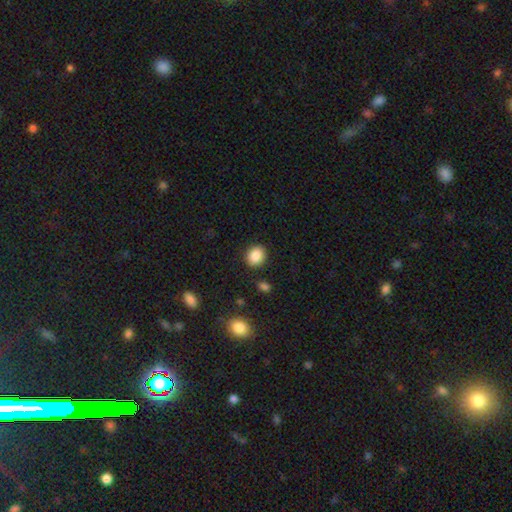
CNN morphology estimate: Q: Smooth or featured?
A: smooth (87%); runner-up: star or artifact (9%)
Q: How rounded?
A: round (58%); runner-up: in between (41%)
Q: Merging?
A: none (88%); runner-up: minor disturbance (7%)